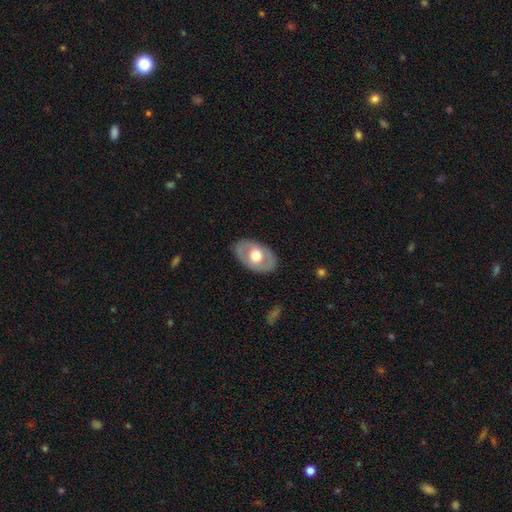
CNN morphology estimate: Overall: featured or disk (48%; smooth 47%). Merging: none (84%).